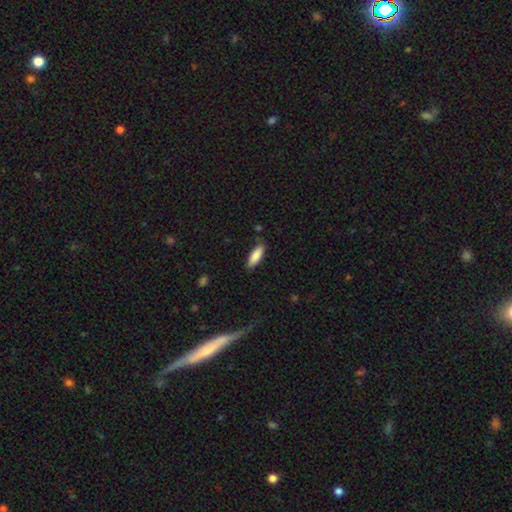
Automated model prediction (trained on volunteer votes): Morphology: type=smooth (87%); roundness=in between (60%); merging=none (80%).